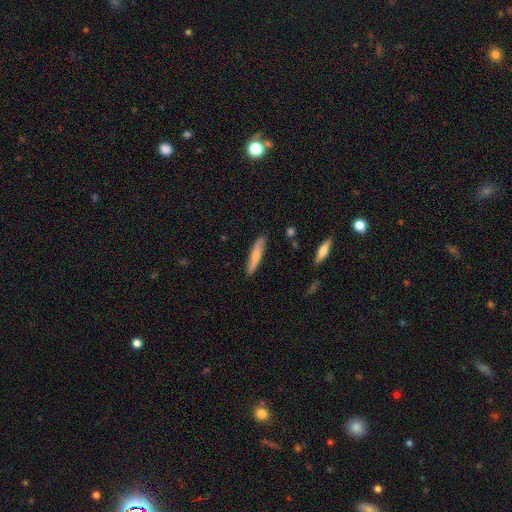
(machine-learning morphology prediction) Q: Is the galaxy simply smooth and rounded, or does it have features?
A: smooth — 69%.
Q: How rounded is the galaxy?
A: cigar-shaped — 88%.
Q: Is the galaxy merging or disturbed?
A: none — 84%.